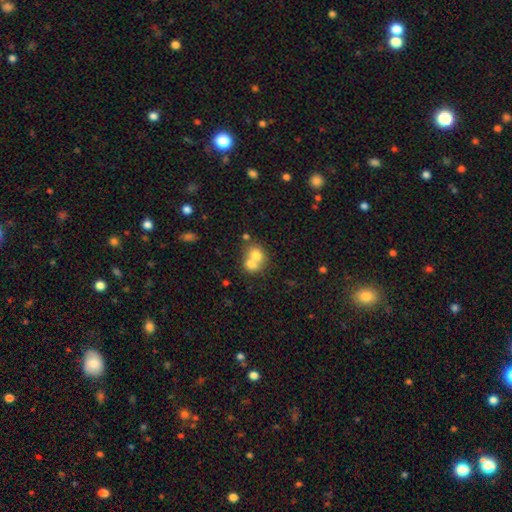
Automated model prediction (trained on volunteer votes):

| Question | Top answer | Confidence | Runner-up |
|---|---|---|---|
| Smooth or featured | smooth | 71% | featured or disk (19%) |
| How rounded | round | 58% | in between (41%) |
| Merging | merger | 68% | none (24%) |